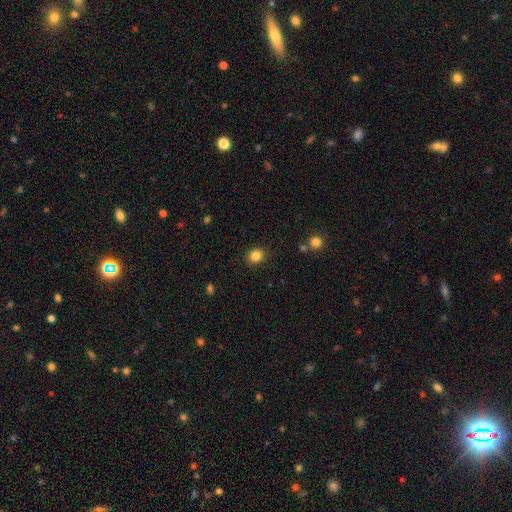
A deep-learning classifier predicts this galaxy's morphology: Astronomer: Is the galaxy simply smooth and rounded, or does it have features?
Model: smooth — 84%.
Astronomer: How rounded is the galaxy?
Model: round — 74%.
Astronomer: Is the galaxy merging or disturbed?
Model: none — 89%.